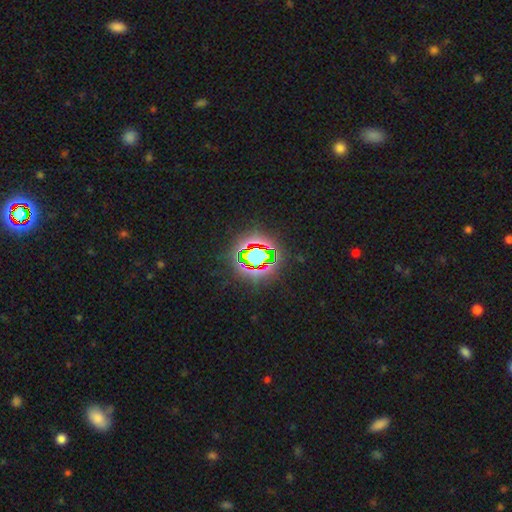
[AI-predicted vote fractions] A star or artifact, not a galaxy (69%).